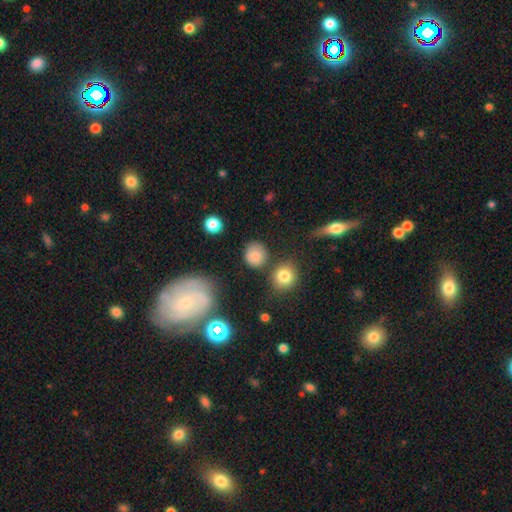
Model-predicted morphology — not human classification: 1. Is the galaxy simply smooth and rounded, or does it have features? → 82% smooth, 11% star or artifact, 7% featured or disk.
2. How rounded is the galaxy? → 85% round, 14% in between, 1% cigar-shaped.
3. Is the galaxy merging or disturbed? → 79% none, 12% minor disturbance, 5% merger, 4% major disturbance.